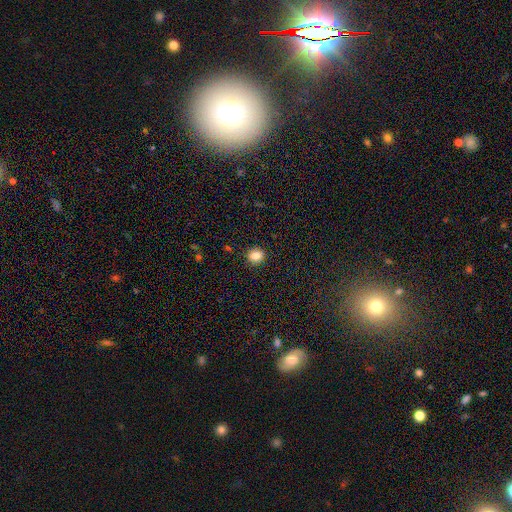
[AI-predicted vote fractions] Smooth or featured? Predicted: smooth (p=0.84). How rounded? Predicted: round (p=0.68). Merging? Predicted: none (p=0.89).